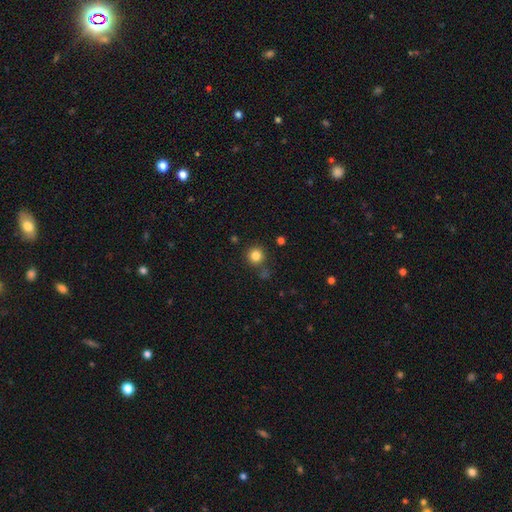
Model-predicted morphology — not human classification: smooth-or-featured: smooth: 83% | star or artifact: 12% | featured or disk: 5%
  how-rounded: round: 93% | in between: 6% | cigar-shaped: 1%
  merging: none: 82% | minor disturbance: 9% | merger: 6% | major disturbance: 3%